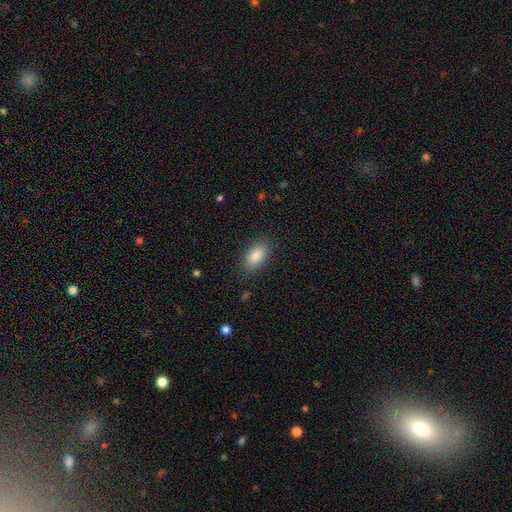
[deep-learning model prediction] smooth 87%, star or artifact 7%, featured or disk 6%. Down the decision tree: how rounded — in between (91%); merging — none (85%).